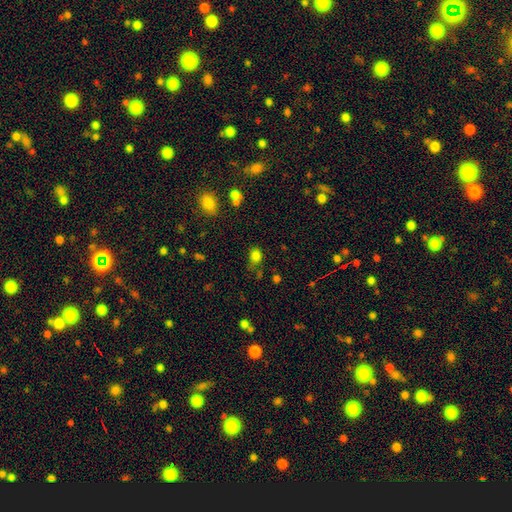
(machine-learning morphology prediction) Overall: smooth (80%). How rounded: in between (53%; round 46%). Merging: none (63%; minor disturbance 23%).